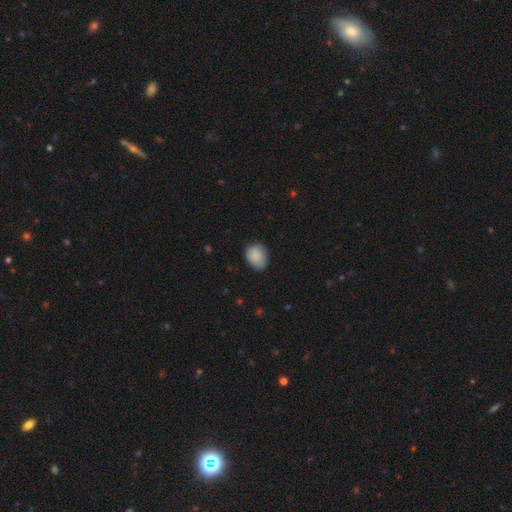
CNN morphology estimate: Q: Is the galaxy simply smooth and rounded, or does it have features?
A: smooth — 87%.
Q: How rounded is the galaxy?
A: in between — 53%.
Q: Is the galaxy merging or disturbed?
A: none — 67%.